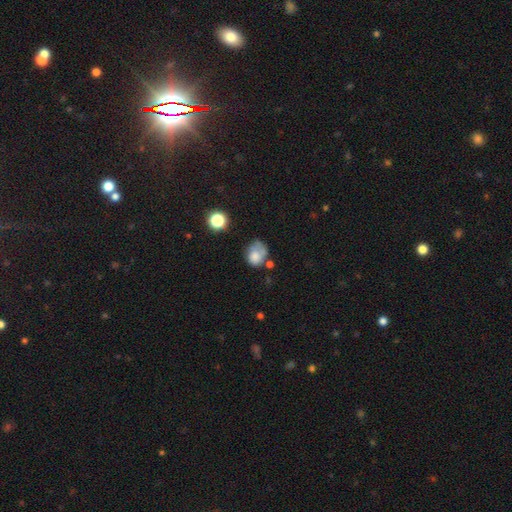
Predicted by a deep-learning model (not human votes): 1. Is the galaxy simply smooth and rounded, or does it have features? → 71% smooth, 18% featured or disk, 11% star or artifact.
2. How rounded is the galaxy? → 50% in between, 49% round, 1% cigar-shaped.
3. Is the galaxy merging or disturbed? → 37% none, 29% minor disturbance, 20% major disturbance, 14% merger.